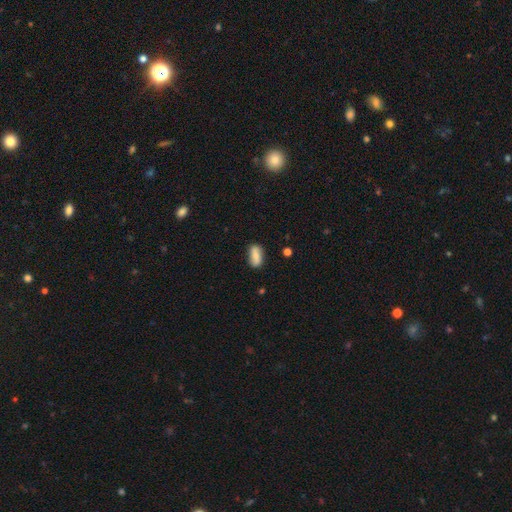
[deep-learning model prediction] smooth 74%, featured or disk 19%, star or artifact 7%. Down the decision tree: how rounded — in between (83%); merging — none (76%).